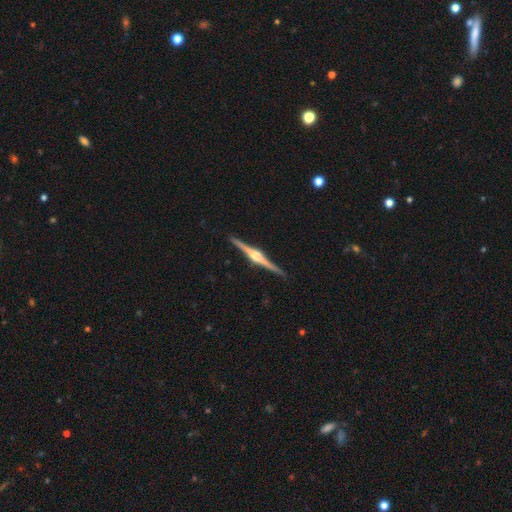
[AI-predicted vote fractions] A featured or disk galaxy (89%) viewed edge-on (99%) with a rounded central bulge (94%).

Vote fractions:
- Smooth or featured? featured or disk: 89% / smooth: 7% / star or artifact: 4%
- Edge-on disk? yes: 99% / no: 1%
- Edge-on bulge? rounded: 94% / boxy: 4% / none: 2%
- Merging? none: 92% / minor disturbance: 6% / major disturbance: 1% / merger: 1%